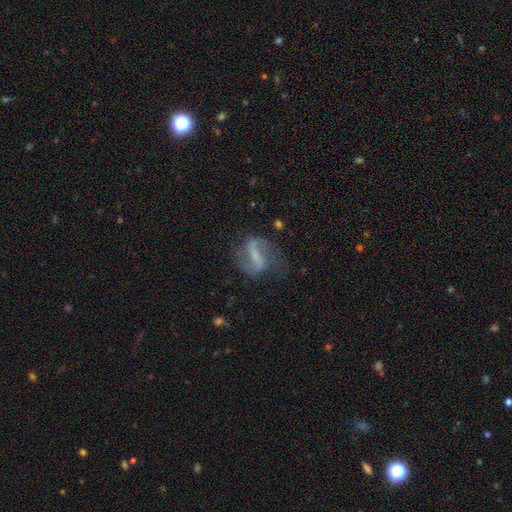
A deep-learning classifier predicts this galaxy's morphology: Smooth or featured?
  - featured or disk: 81% *
  - smooth: 12%
  - star or artifact: 7%
Edge-on disk?
  - no: 96% *
  - yes: 4%
Bar?
  - strong: 57% *
  - weak: 32%
  - no: 11%
Spiral arms?
  - yes: 90% *
  - no: 10%
Spiral winding?
  - loose: 53% *
  - medium: 37%
  - tight: 10%
Spiral arm count?
  - 2: 89% *
  - can't tell: 4%
  - 1: 4%
  - 3: 1%
  - 4: 1%
  - more than 4: 1%
Bulge size?
  - small: 42% *
  - none: 36%
  - moderate: 18%
  - large: 3%
  - dominant: 1%
Merging?
  - none: 65% *
  - minor disturbance: 19%
  - major disturbance: 13%
  - merger: 2%